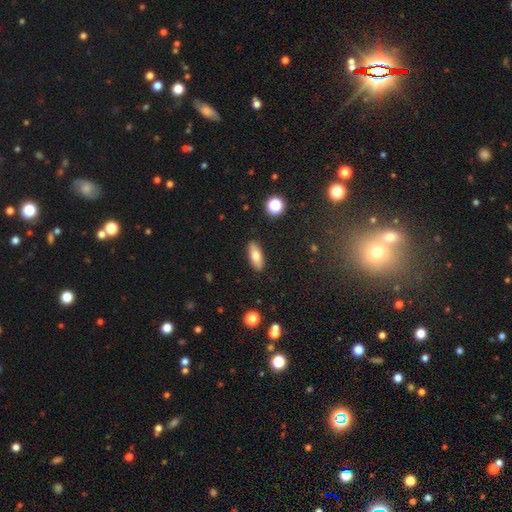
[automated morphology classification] smooth 77%, featured or disk 15%, star or artifact 7%. Down the decision tree: how rounded — in between (74%); merging — none (88%).